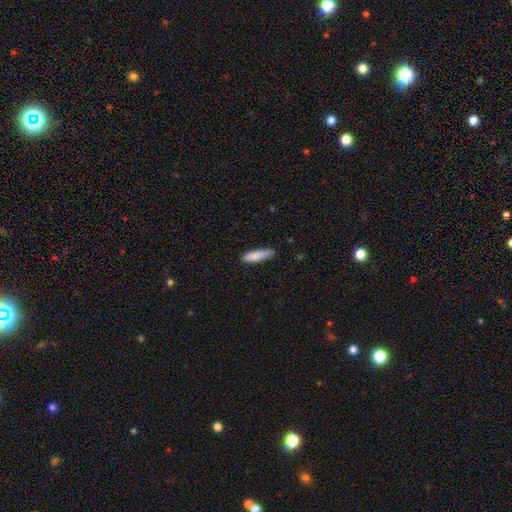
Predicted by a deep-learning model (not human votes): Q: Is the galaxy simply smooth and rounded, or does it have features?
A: smooth — 86%.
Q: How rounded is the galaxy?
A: cigar-shaped — 72%.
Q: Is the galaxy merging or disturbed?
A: none — 79%.